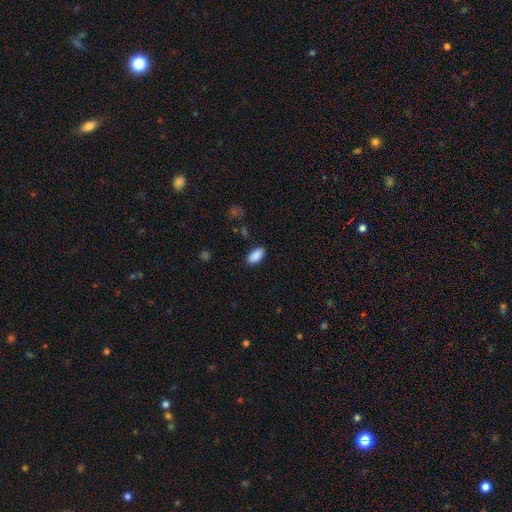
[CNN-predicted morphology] Q: Smooth or featured?
A: smooth (90%); runner-up: star or artifact (7%)
Q: How rounded?
A: in between (92%); runner-up: cigar-shaped (5%)
Q: Merging?
A: none (87%); runner-up: minor disturbance (9%)